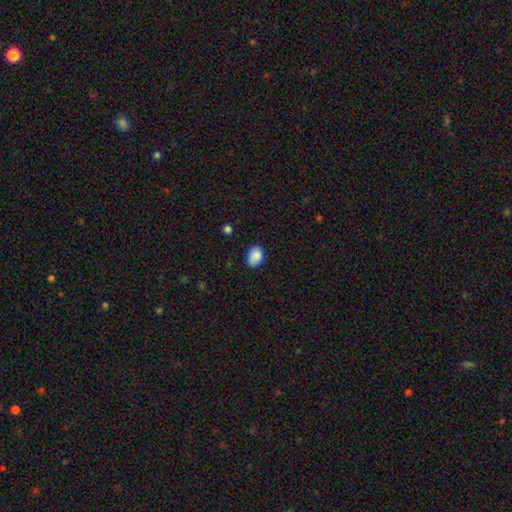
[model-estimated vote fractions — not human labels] A smooth galaxy with no disk features (86%) that is in between round and cigar-shaped (82%). Merging: none (71%).